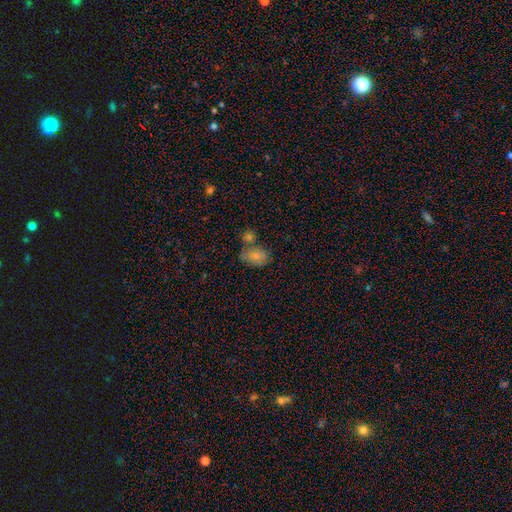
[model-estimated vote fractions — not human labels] A smooth galaxy with no disk features (80%) that is in between round and cigar-shaped (83%). Merging: none (50%).